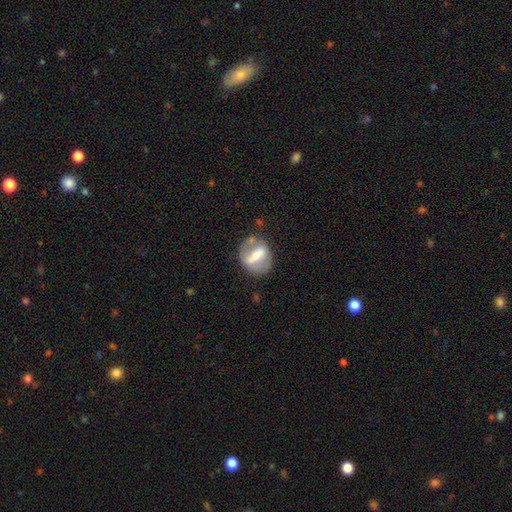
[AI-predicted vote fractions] Smooth or featured? Predicted: featured or disk (p=0.60). Edge-on disk? Predicted: no (p=0.92). Bar? Predicted: strong (p=0.62). Spiral arms? Predicted: no (p=0.63). Bulge size? Predicted: moderate (p=0.45). Merging? Predicted: none (p=0.62).